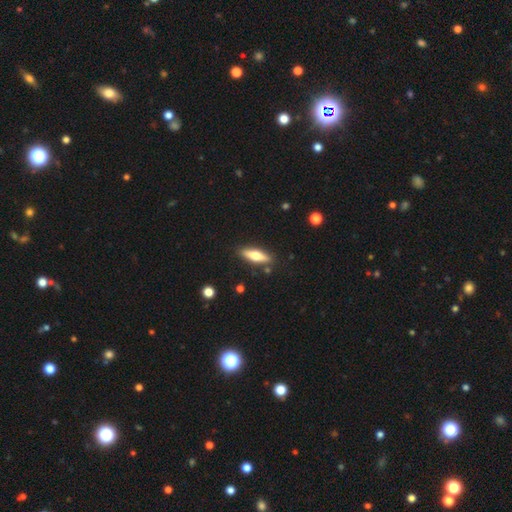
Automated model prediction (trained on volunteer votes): The model was most divided on "smooth or featured": smooth: 55%, featured or disk: 39%, star or artifact: 6%. More confident: merging — none (86%); how rounded — cigar-shaped (59%).